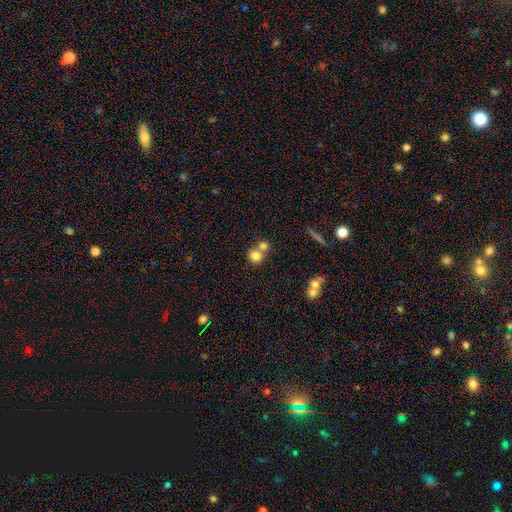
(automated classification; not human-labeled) Morphology: type=smooth (79%); roundness=round (82%); merging=none (46%).